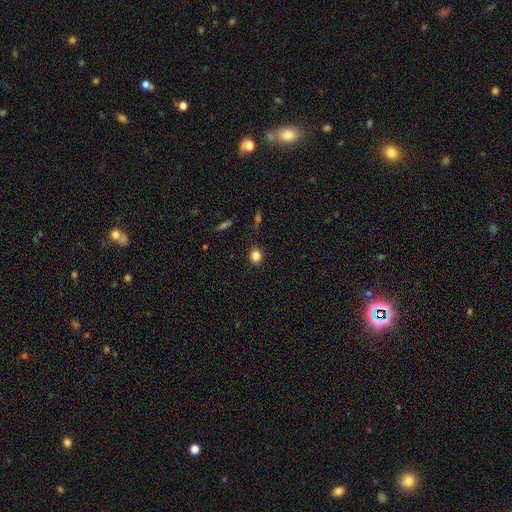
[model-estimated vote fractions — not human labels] smooth-or-featured: smooth: 84% | star or artifact: 11% | featured or disk: 5%
  how-rounded: round: 70% | in between: 28% | cigar-shaped: 1%
  merging: none: 89% | minor disturbance: 8% | major disturbance: 2% | merger: 1%